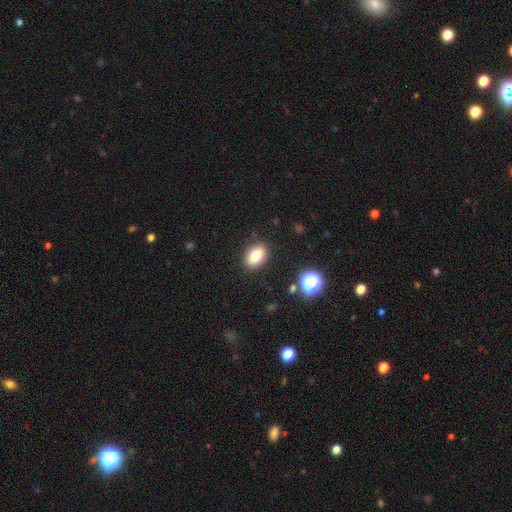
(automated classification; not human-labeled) Smooth or featured? Predicted: smooth (p=0.81). How rounded? Predicted: in between (p=0.84). Merging? Predicted: none (p=0.87).